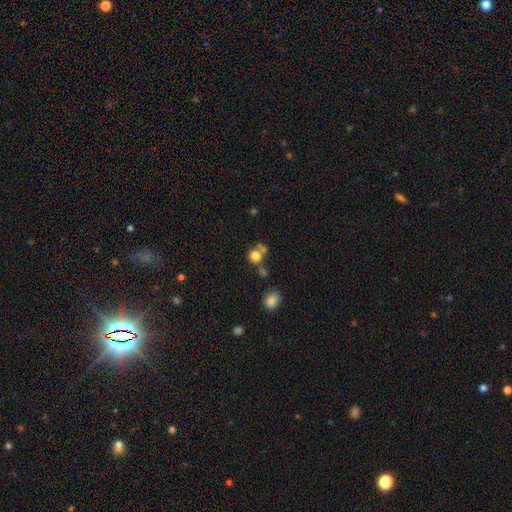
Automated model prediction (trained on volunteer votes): A smooth galaxy with no disk features (77%) that is round (84%).

Vote fractions:
- Smooth or featured? smooth: 77% / star or artifact: 13% / featured or disk: 11%
- How rounded? round: 84% / in between: 15% / cigar-shaped: 1%
- Merging? none: 47% / merger: 36% / minor disturbance: 11% / major disturbance: 6%